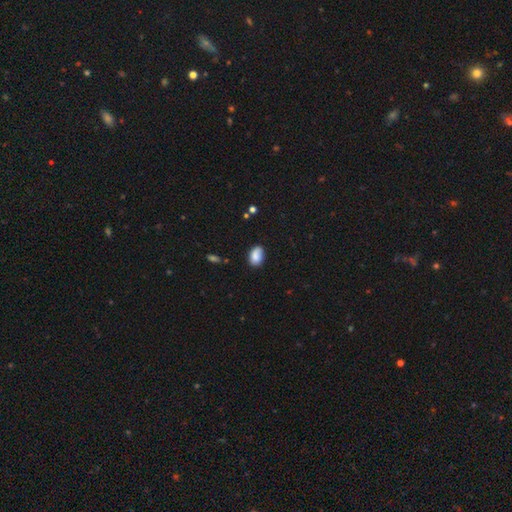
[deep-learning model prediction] The model was most divided on "merging": none: 71%, minor disturbance: 23%, major disturbance: 4%, merger: 2%. More confident: how rounded — in between (84%); smooth or featured — smooth (84%).